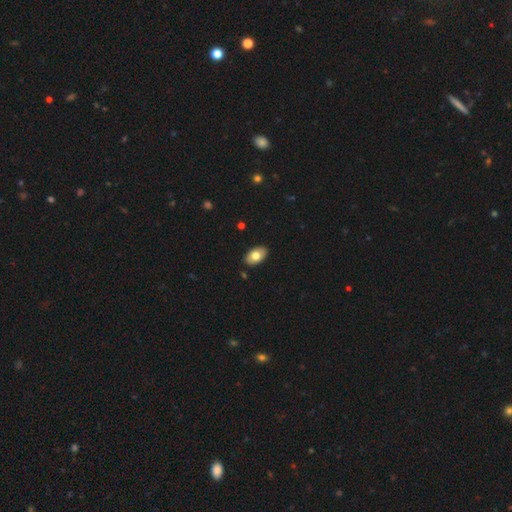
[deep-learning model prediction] This is likely a smooth galaxy (76%). How rounded: clearly in between (93%). Merging: clearly none (88%).